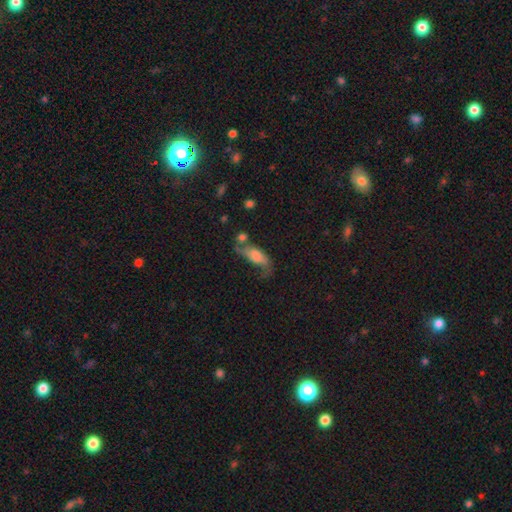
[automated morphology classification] Q: Smooth or featured?
A: featured or disk (52%); runner-up: smooth (38%)
Q: Edge-on disk?
A: no (86%); runner-up: yes (14%)
Q: Merging?
A: none (40%); runner-up: minor disturbance (23%)